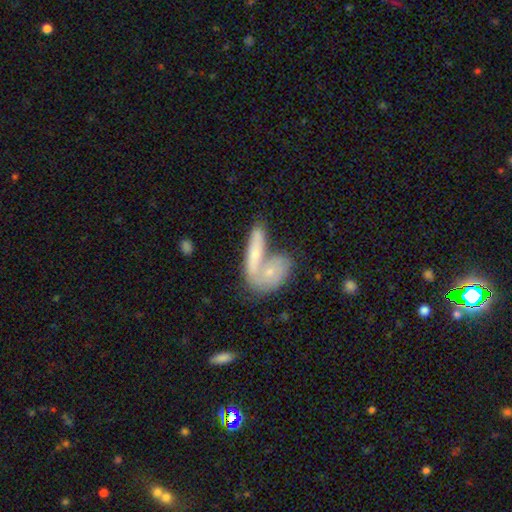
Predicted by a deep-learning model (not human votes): Overall: smooth (55%; featured or disk 37%). How rounded: in between (50%; cigar-shaped 43%). Merging: merger (58%; none 29%).